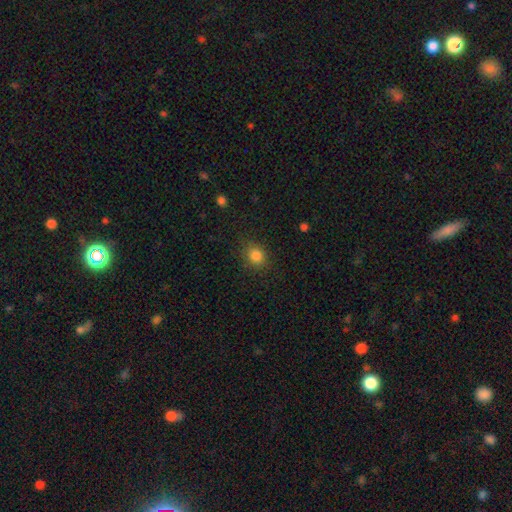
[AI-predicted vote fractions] This appears to be a smooth galaxy with no disk features (83%) that is round (77%). Merging: none (85%).